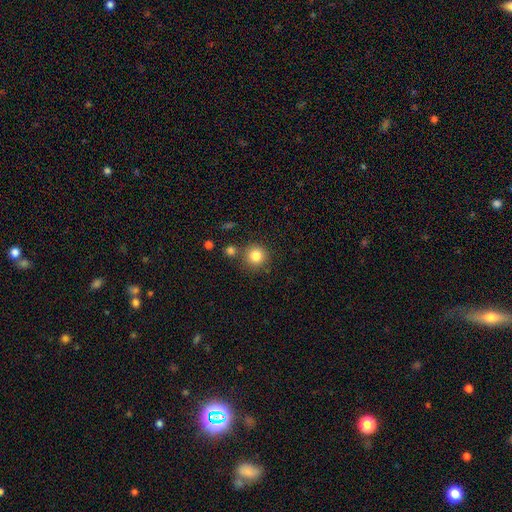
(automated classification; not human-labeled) Q: Smooth or featured?
A: smooth (83%); runner-up: star or artifact (10%)
Q: How rounded?
A: round (93%); runner-up: in between (6%)
Q: Merging?
A: none (78%); runner-up: merger (10%)